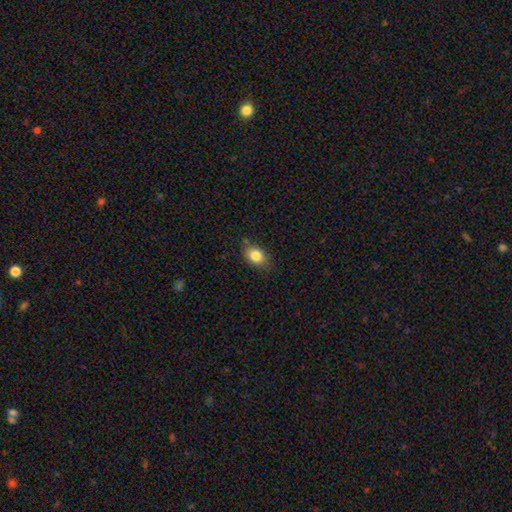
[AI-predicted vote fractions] smooth 84%, star or artifact 9%, featured or disk 8%. Down the decision tree: how rounded — in between (75%); merging — none (75%).